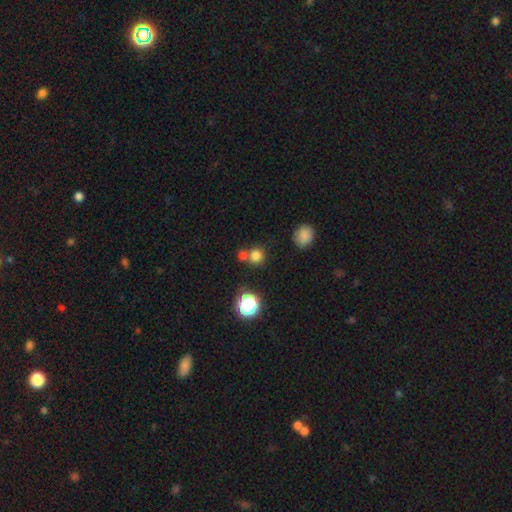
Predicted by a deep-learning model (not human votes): Morphology: type=smooth (77%); roundness=round (90%); merging=none (63%).